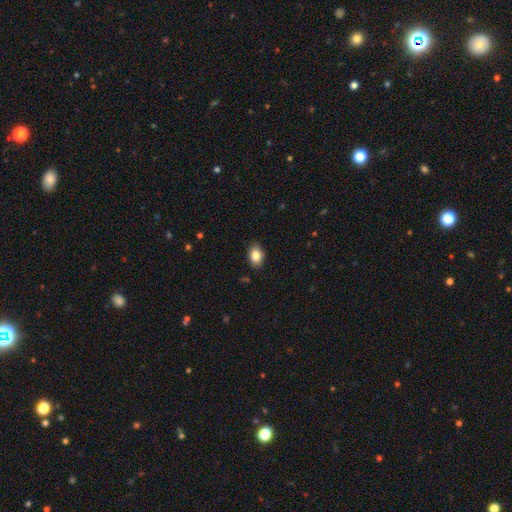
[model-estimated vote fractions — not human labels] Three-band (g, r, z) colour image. It shows a smooth galaxy with no disk features (86%) that is in between round and cigar-shaped (83%). Merging: none (87%).